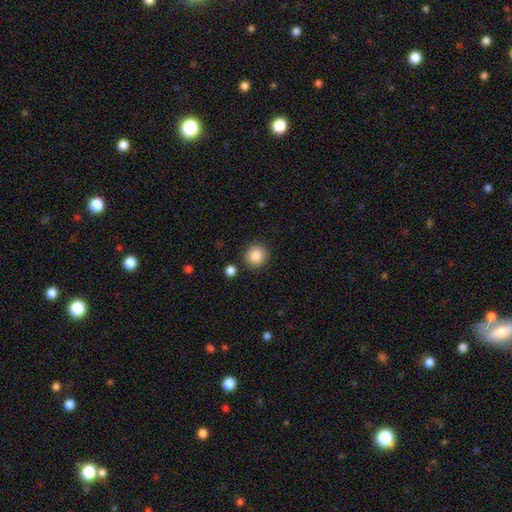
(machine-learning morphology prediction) This appears to be a smooth galaxy with no disk features (86%) that is round (90%). Merging: none (88%).